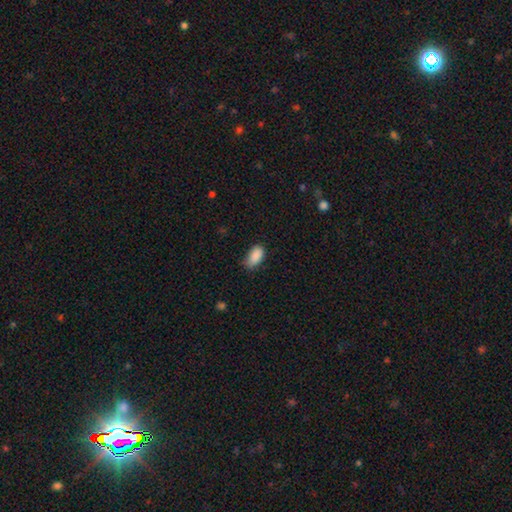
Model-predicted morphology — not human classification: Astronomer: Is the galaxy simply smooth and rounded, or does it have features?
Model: smooth — 88%.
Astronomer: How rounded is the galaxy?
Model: in between — 93%.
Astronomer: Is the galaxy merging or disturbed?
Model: none — 61%.